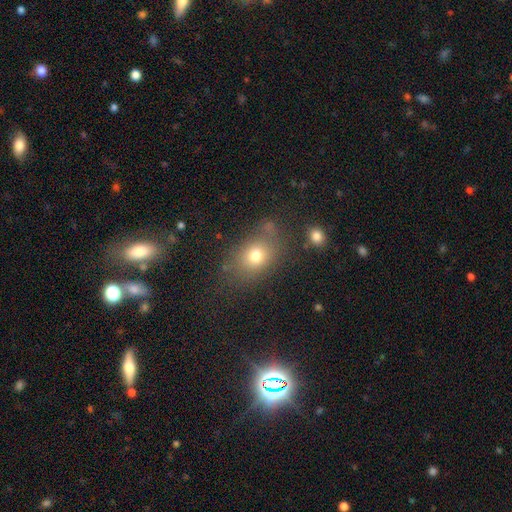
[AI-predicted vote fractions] Smooth or featured?
  - smooth: 72% *
  - star or artifact: 14%
  - featured or disk: 14%
How rounded?
  - in between: 63% *
  - round: 36%
  - cigar-shaped: 2%
Merging?
  - none: 67% *
  - minor disturbance: 18%
  - major disturbance: 9%
  - merger: 5%